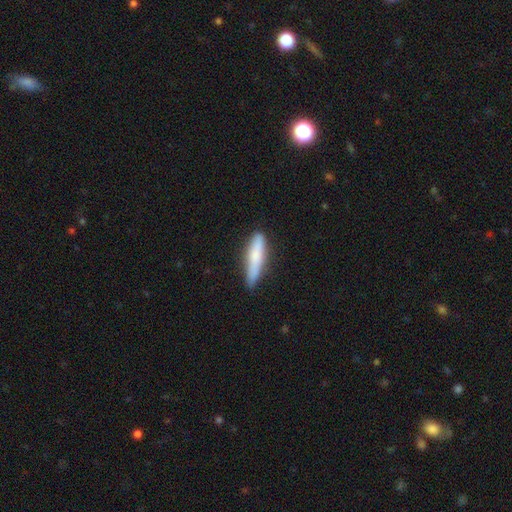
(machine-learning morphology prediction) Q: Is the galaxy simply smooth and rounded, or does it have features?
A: smooth — 73%.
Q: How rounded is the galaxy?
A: cigar-shaped — 82%.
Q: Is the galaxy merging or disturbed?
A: none — 76%.